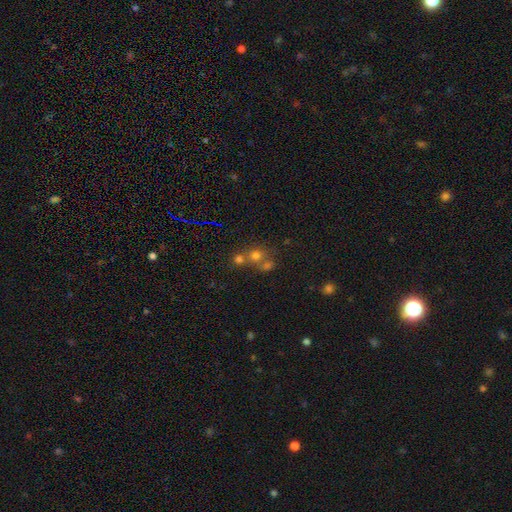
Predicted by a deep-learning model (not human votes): Overall: smooth (62%; star or artifact 24%). How rounded: round (82%). Merging: merger (46%; none 44%).